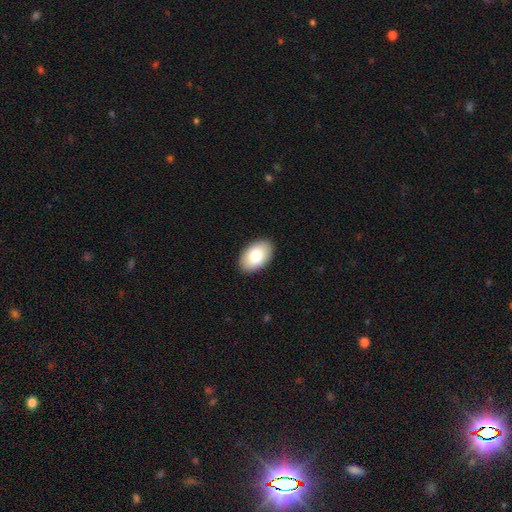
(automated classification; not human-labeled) Smooth or featured? Predicted: smooth (p=0.81). How rounded? Predicted: in between (p=0.93). Merging? Predicted: none (p=0.90).